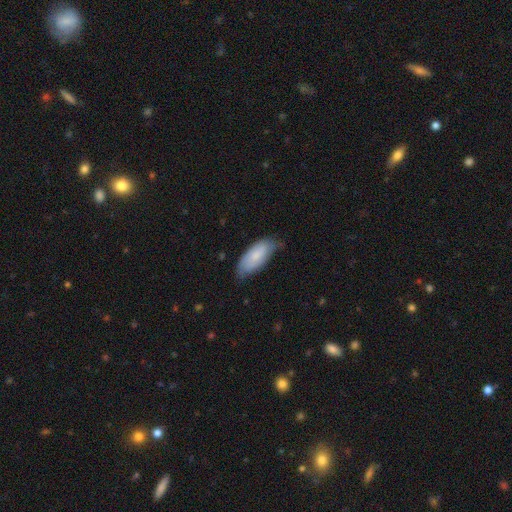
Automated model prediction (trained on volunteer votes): The model was most divided on "merging": none: 56%, minor disturbance: 36%, major disturbance: 6%, merger: 2%. More confident: how rounded — in between (85%); smooth or featured — smooth (71%).